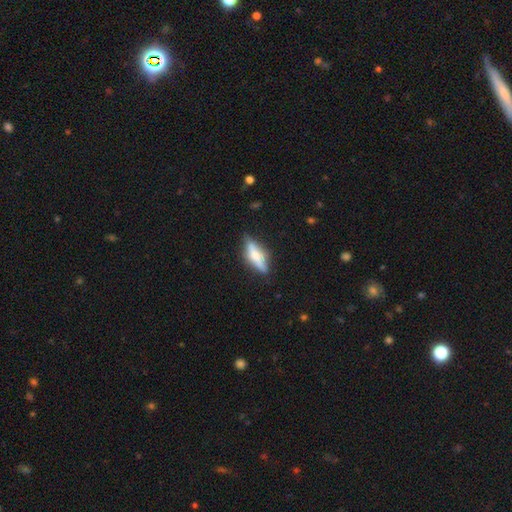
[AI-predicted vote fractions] A featured or disk galaxy (55%) viewed edge-on (88%). Merging: none (79%).